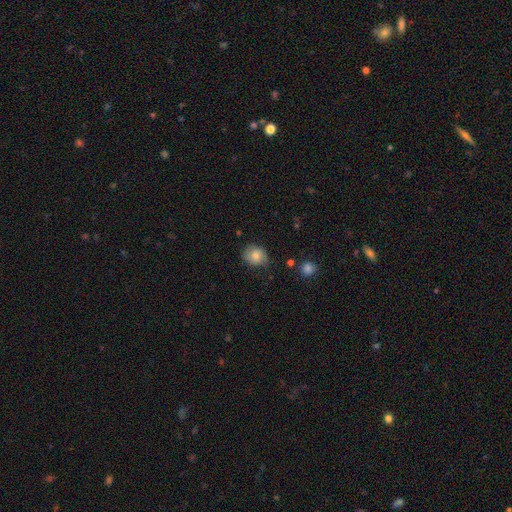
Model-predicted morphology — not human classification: A smooth galaxy with no disk features (73%) that is round (63%).

Vote fractions:
- Smooth or featured? smooth: 73% / featured or disk: 18% / star or artifact: 9%
- How rounded? round: 63% / in between: 36% / cigar-shaped: 1%
- Merging? none: 66% / minor disturbance: 26% / major disturbance: 7% / merger: 2%